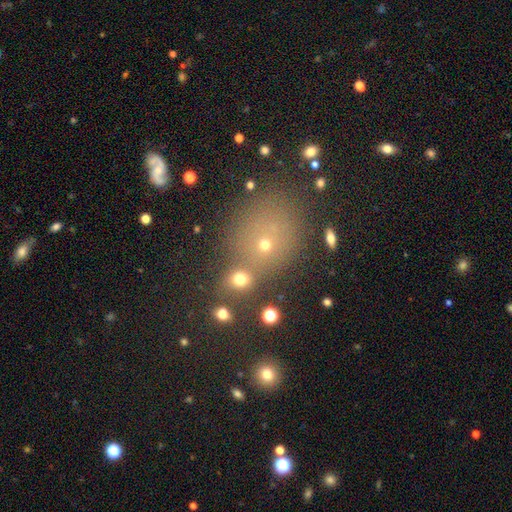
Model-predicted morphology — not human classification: Smooth or featured?
  - star or artifact: 45% *
  - smooth: 42%
  - featured or disk: 12%